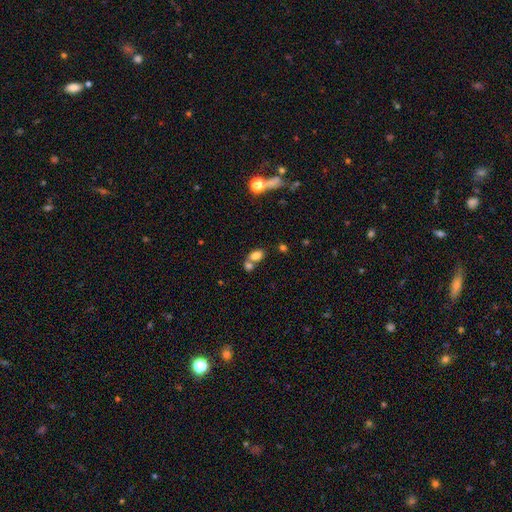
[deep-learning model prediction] A smooth galaxy with no disk features (78%) that is in between round and cigar-shaped (82%).

Vote fractions:
- Smooth or featured? smooth: 78% / star or artifact: 12% / featured or disk: 10%
- How rounded? in between: 82% / round: 16% / cigar-shaped: 2%
- Merging? merger: 48% / none: 38% / minor disturbance: 9% / major disturbance: 5%